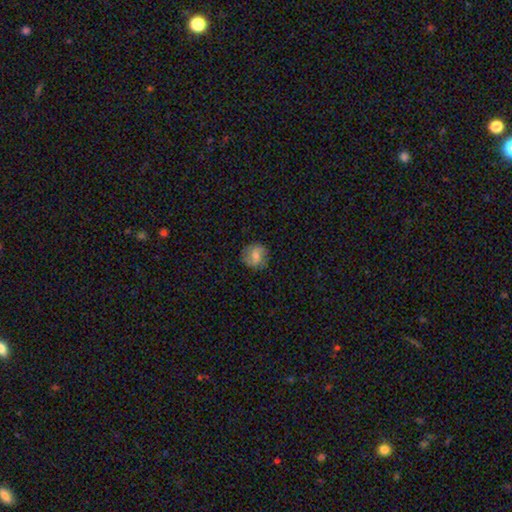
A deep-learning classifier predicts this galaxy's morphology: smooth-or-featured: smooth: 57% | featured or disk: 33% | star or artifact: 10%
  how-rounded: round: 81% | in between: 18% | cigar-shaped: 1%
  merging: none: 80% | minor disturbance: 14% | major disturbance: 4% | merger: 1%